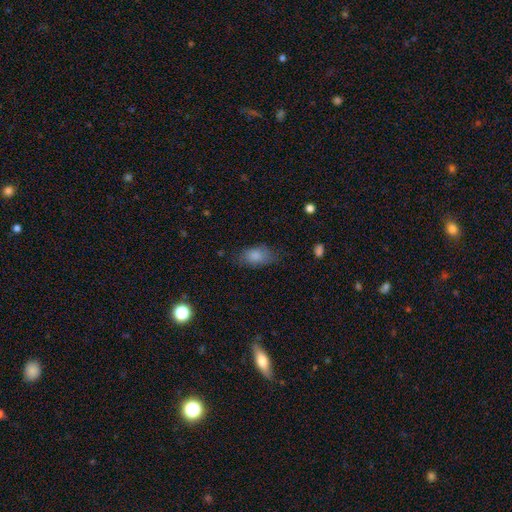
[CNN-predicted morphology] The model was most divided on "merging": none: 65%, minor disturbance: 24%, major disturbance: 9%, merger: 2%. More confident: how rounded — in between (89%); smooth or featured — smooth (83%).